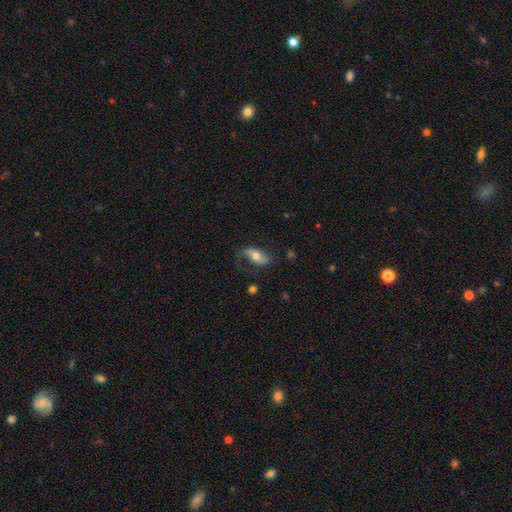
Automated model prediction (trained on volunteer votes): This is possibly a featured or disk galaxy (50%). It is clearly not viewed edge-on (86%). Merging: possibly none (58%).